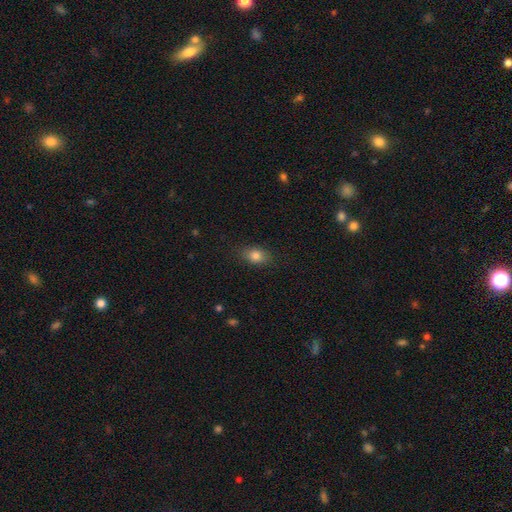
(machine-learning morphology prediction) smooth-or-featured: smooth: 82% | star or artifact: 10% | featured or disk: 8%
  how-rounded: in between: 75% | round: 23% | cigar-shaped: 2%
  merging: none: 83% | minor disturbance: 12% | major disturbance: 3% | merger: 1%